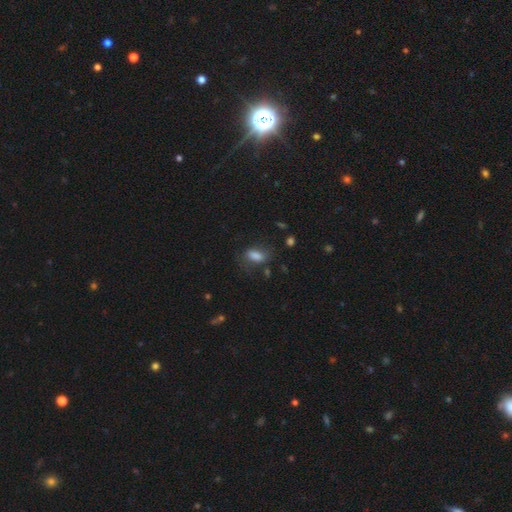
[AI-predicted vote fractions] Morphology: type=smooth (78%); roundness=in between (84%); merging=none (59%).